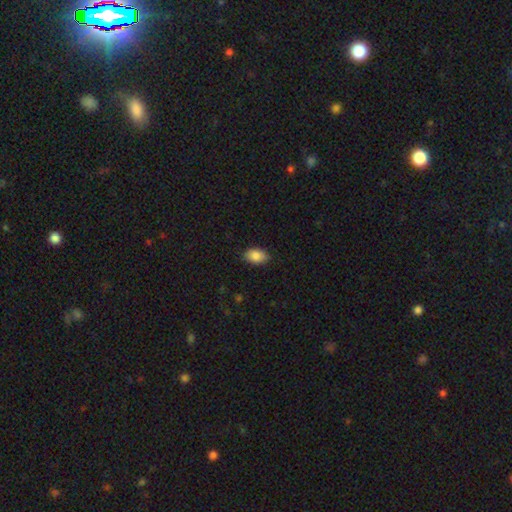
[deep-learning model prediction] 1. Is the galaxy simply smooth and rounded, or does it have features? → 87% smooth, 8% star or artifact, 5% featured or disk.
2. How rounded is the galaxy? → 89% in between, 10% round, 2% cigar-shaped.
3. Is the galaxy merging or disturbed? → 85% none, 11% minor disturbance, 2% major disturbance, 1% merger.